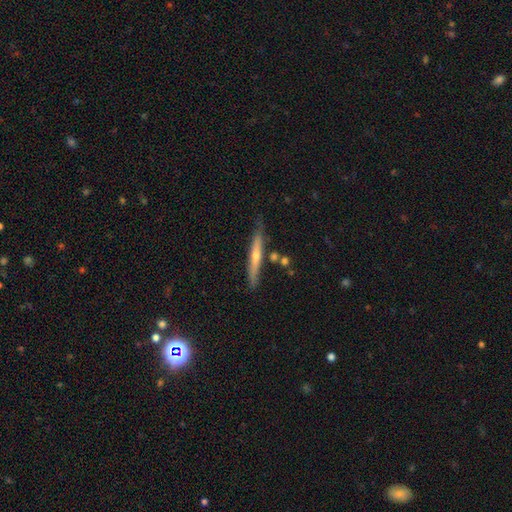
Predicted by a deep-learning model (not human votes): smooth-or-featured: featured or disk: 53% | smooth: 40% | star or artifact: 6%
  disk-edge-on: yes: 94% | no: 6%
    edge-on-bulge: rounded: 63% | none: 33% | boxy: 4%
  merging: none: 79% | minor disturbance: 14% | merger: 4% | major disturbance: 2%